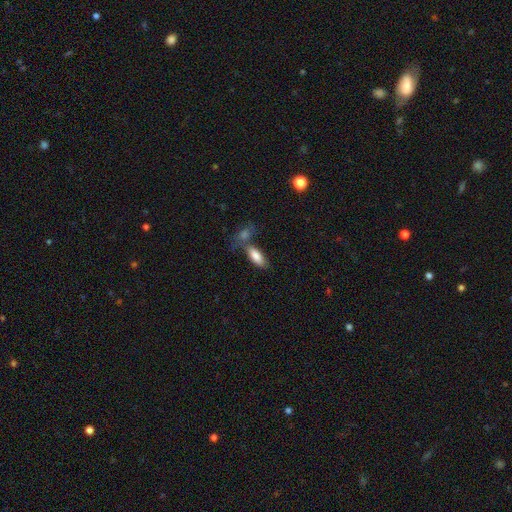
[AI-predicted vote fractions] smooth 83%, featured or disk 10%, star or artifact 7%. Down the decision tree: how rounded — in between (79%); merging — none (50%).